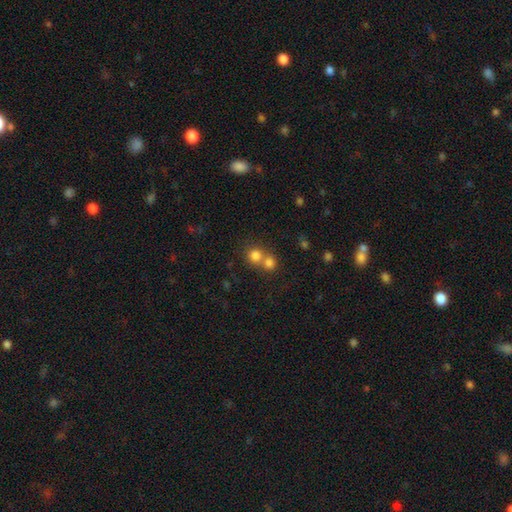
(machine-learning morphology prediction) Overall: smooth (78%). How rounded: round (87%). Merging: merger (48%; none 44%).